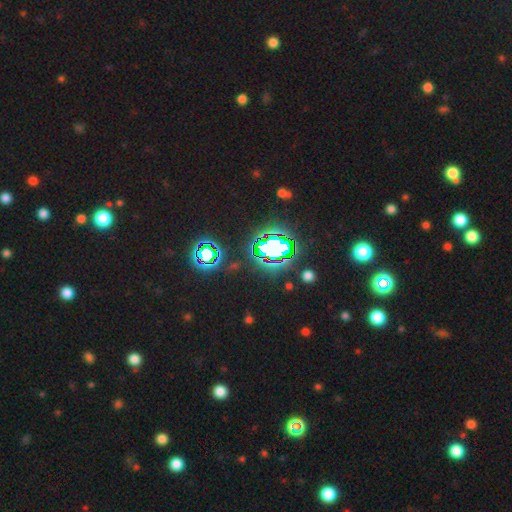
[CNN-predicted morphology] A star or artifact, not a galaxy (81%).